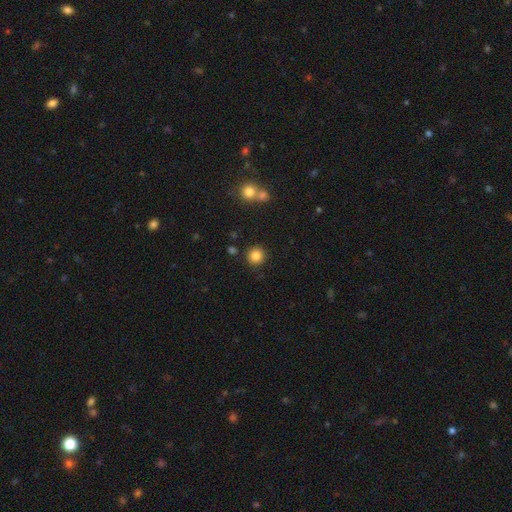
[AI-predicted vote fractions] Smooth or featured? Predicted: smooth (p=0.84). How rounded? Predicted: round (p=0.95). Merging? Predicted: none (p=0.89).